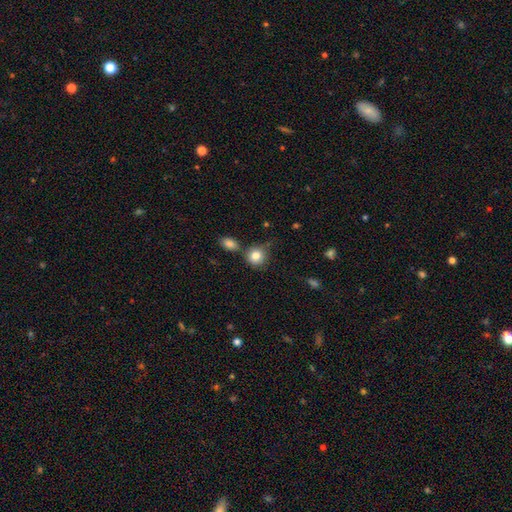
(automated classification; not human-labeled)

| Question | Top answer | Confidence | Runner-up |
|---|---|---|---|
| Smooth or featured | smooth | 83% | star or artifact (9%) |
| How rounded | round | 84% | in between (14%) |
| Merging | none | 62% | minor disturbance (17%) |